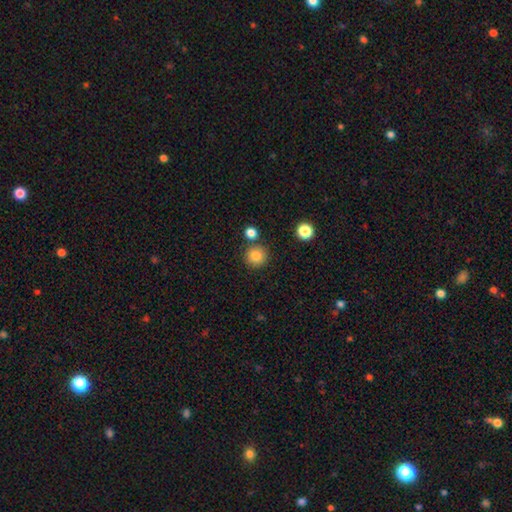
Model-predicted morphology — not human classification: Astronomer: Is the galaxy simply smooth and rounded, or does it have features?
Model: smooth — 85%.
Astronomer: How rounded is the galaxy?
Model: round — 94%.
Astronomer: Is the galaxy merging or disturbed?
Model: none — 82%.